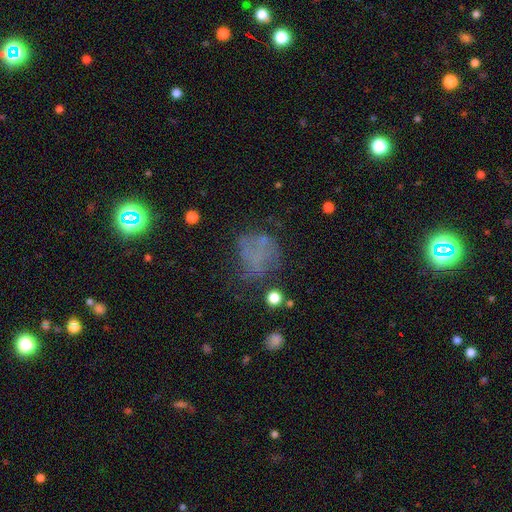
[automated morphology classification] smooth-or-featured: smooth: 44% | featured or disk: 30% | star or artifact: 26%
  merging: none: 43% | major disturbance: 28% | minor disturbance: 23% | merger: 6%